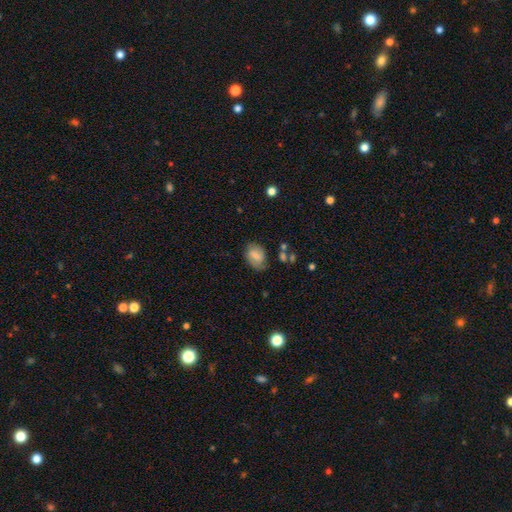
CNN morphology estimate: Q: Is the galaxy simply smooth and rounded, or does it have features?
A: smooth — 73%.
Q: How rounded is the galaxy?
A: in between — 77%.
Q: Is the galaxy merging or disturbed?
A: none — 67%.